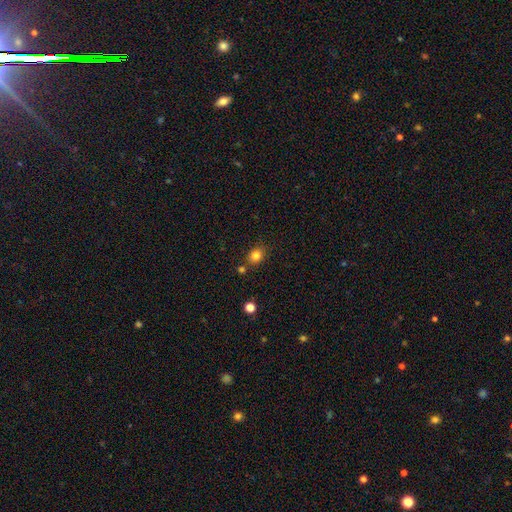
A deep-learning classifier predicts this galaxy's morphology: This is clearly a smooth galaxy (83%). How rounded: possibly round (54%). Merging: likely none (75%).